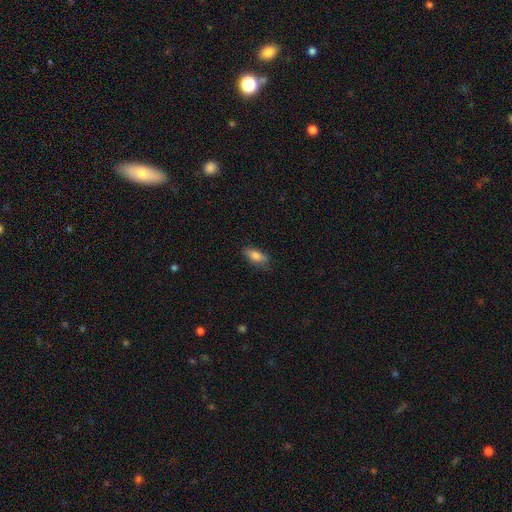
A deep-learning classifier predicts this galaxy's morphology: This appears to be a smooth galaxy with no disk features (82%) that is in between round and cigar-shaped (83%). Merging: none (79%).